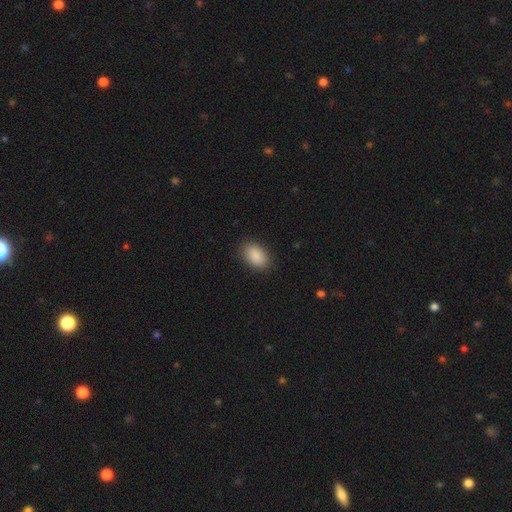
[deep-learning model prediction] Morphology: type=smooth (89%); roundness=in between (91%); merging=none (87%).